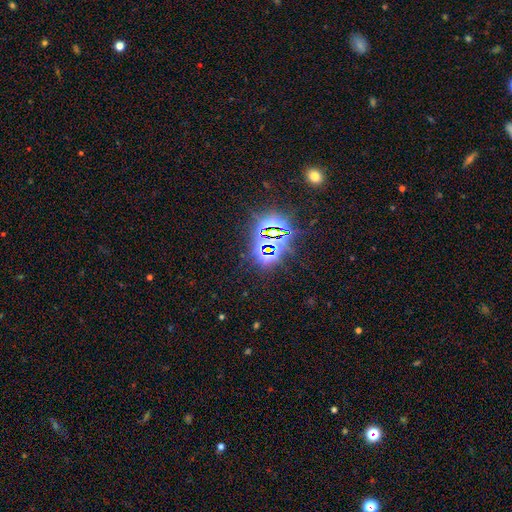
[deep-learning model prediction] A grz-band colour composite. It shows a star or artifact, not a galaxy (82%).